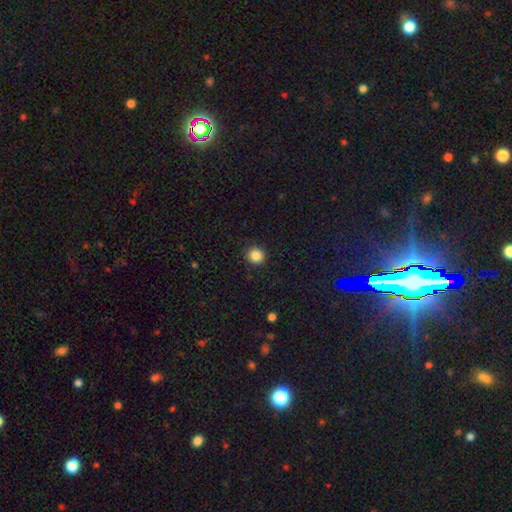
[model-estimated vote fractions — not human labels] This is clearly a smooth galaxy (86%). How rounded: clearly round (93%). Merging: clearly none (90%).